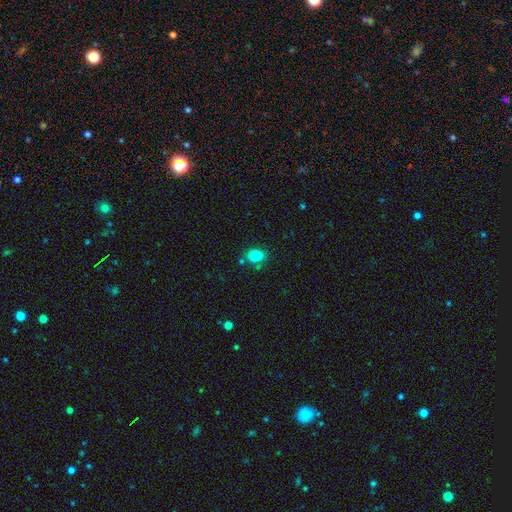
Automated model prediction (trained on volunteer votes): The model was most divided on "how rounded": in between: 73%, round: 26%, cigar-shaped: 1%. More confident: smooth or featured — smooth (84%); merging — none (76%).